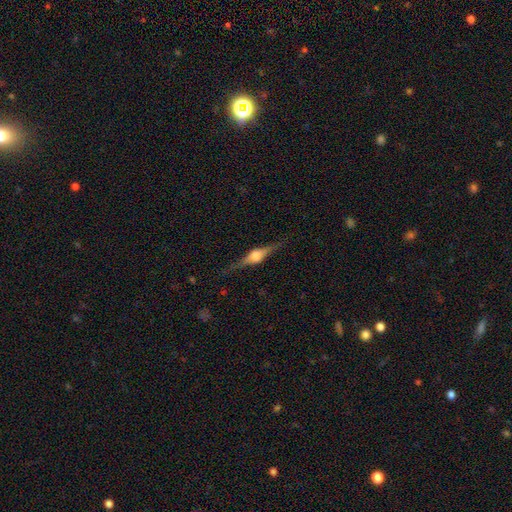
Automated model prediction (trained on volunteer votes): smooth-or-featured: featured or disk: 80% | smooth: 14% | star or artifact: 6%
  disk-edge-on: yes: 98% | no: 2%
    edge-on-bulge: rounded: 90% | boxy: 8% | none: 2%
  merging: none: 87% | minor disturbance: 10% | major disturbance: 2% | merger: 1%